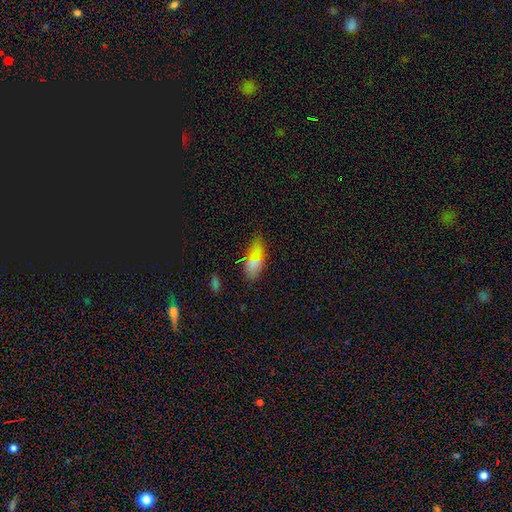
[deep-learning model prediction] Smooth or featured?
  - smooth: 72% *
  - star or artifact: 19%
  - featured or disk: 9%
How rounded?
  - in between: 88% *
  - cigar-shaped: 9%
  - round: 4%
Merging?
  - none: 83% *
  - minor disturbance: 13%
  - major disturbance: 3%
  - merger: 2%